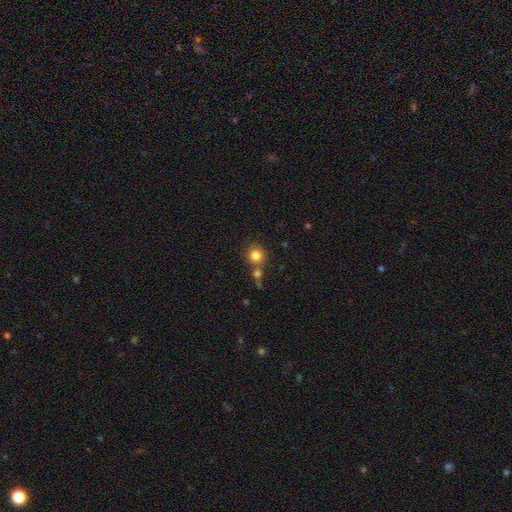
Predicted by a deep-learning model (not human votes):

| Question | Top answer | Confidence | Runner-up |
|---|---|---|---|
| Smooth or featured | smooth | 83% | star or artifact (11%) |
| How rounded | round | 91% | in between (8%) |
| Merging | none | 64% | merger (24%) |